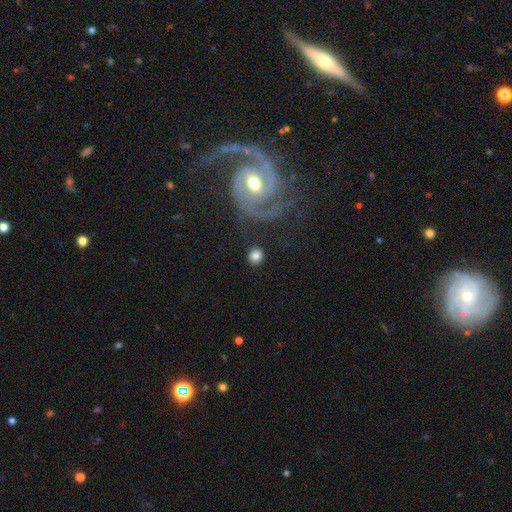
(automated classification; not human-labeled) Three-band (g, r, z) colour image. It shows a smooth galaxy with no disk features (80%) that is round (83%). Merging: none (83%).